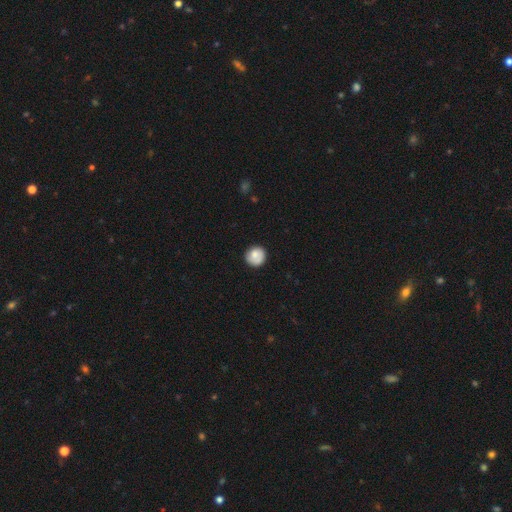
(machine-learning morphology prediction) smooth 74%, featured or disk 18%, star or artifact 7%. Down the decision tree: how rounded — round (90%); merging — none (78%).